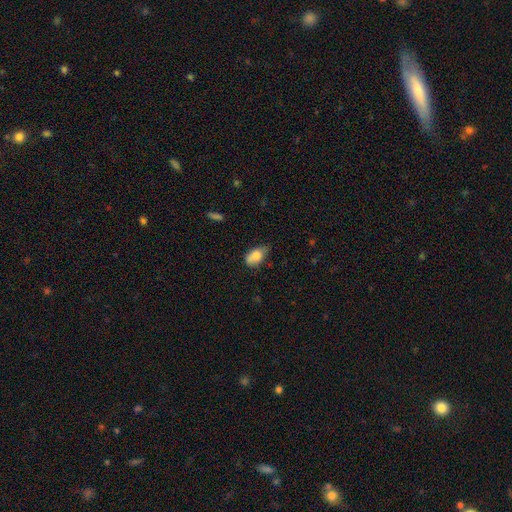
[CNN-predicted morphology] type=smooth (77%); roundness=in between (88%); merging=minor disturbance (42%).